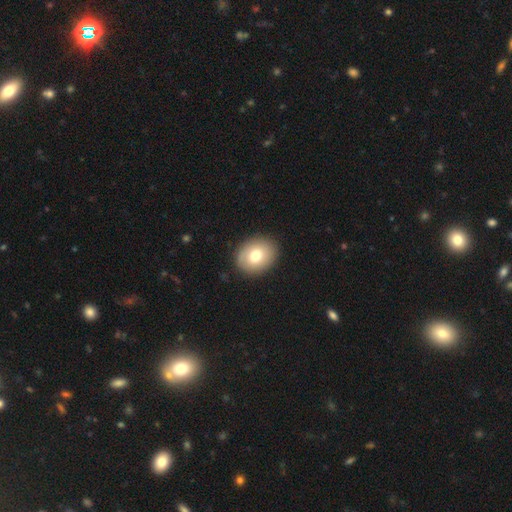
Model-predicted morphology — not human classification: Q: Smooth or featured?
A: smooth (75%); runner-up: featured or disk (17%)
Q: How rounded?
A: in between (50%); runner-up: round (49%)
Q: Merging?
A: none (89%); runner-up: minor disturbance (8%)